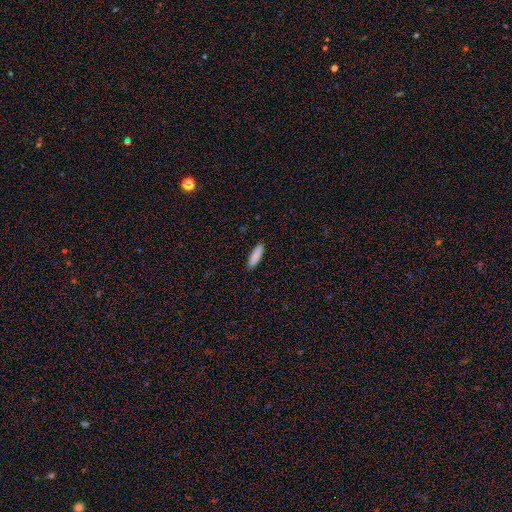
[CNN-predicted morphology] smooth-or-featured: smooth: 89% | star or artifact: 6% | featured or disk: 5%
  how-rounded: cigar-shaped: 61% | in between: 38% | round: 1%
  merging: none: 91% | minor disturbance: 7% | major disturbance: 2% | merger: 1%